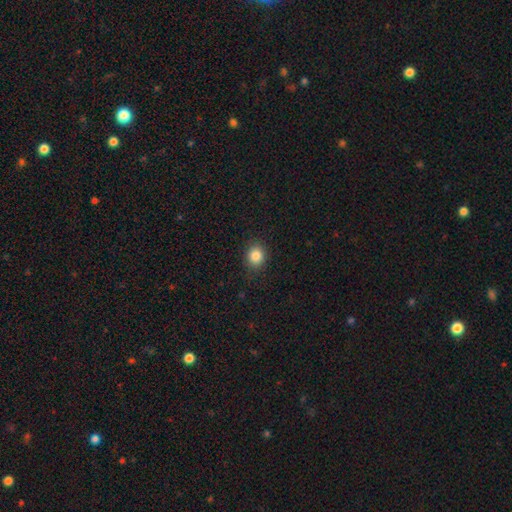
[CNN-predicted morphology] Smooth or featured: smooth — 85% (star or artifact — 10%)
How rounded: round — 69% (in between — 30%)
Merging: none — 88% (minor disturbance — 9%)